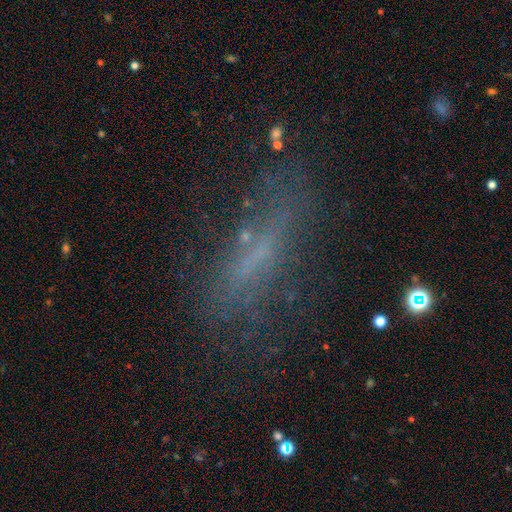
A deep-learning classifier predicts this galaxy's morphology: type=smooth (41%); merging=none (58%).